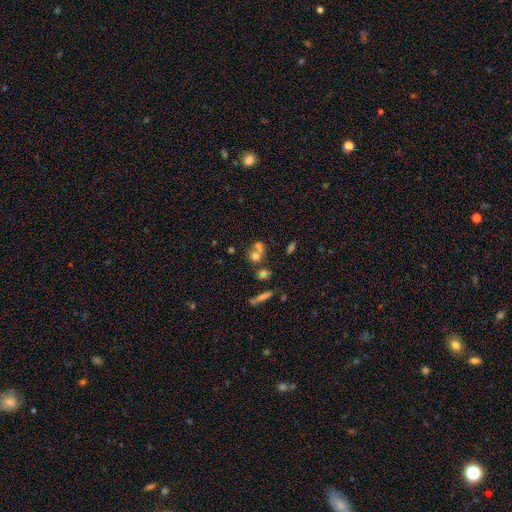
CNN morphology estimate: Q: Smooth or featured?
A: smooth (61%); runner-up: featured or disk (23%)
Q: How rounded?
A: round (67%); runner-up: in between (29%)
Q: Merging?
A: merger (52%); runner-up: none (33%)